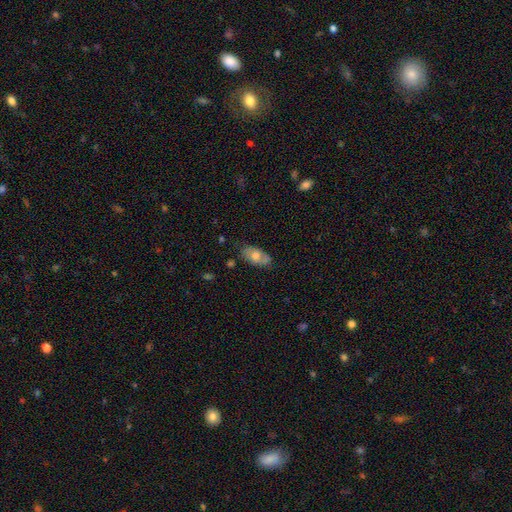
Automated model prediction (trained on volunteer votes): Smooth or featured? smooth (63%)
How rounded? in between (91%)
Merging? none (70%)